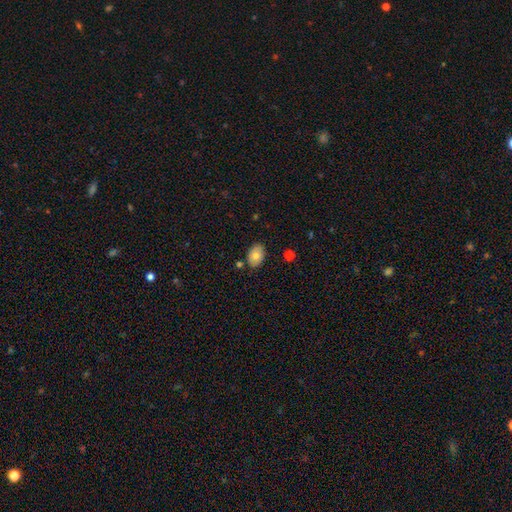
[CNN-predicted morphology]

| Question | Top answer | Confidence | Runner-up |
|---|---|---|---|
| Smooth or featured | smooth | 77% | featured or disk (15%) |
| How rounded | in between | 85% | round (14%) |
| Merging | none | 82% | minor disturbance (13%) |